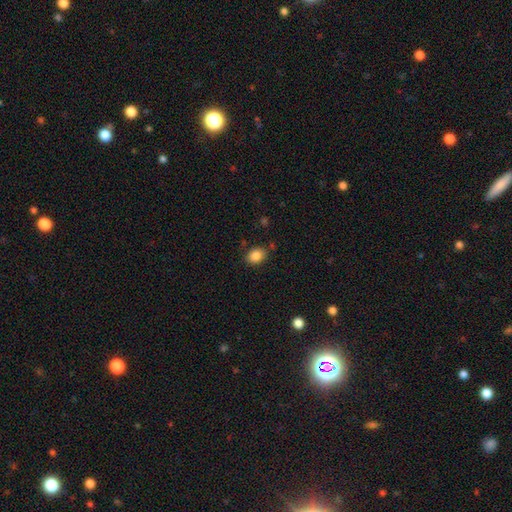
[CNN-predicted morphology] smooth_or_featured: smooth (p=0.86) [alt: star or artifact p=0.09]
how_rounded: in between (p=0.64) [alt: round p=0.35]
merging: none (p=0.81) [alt: minor disturbance p=0.13]